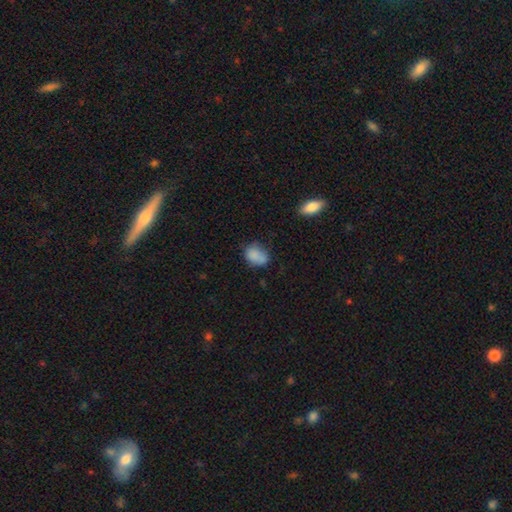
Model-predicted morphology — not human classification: This is clearly a smooth galaxy (82%). How rounded: likely in between (67%). Merging: possibly none (57%).